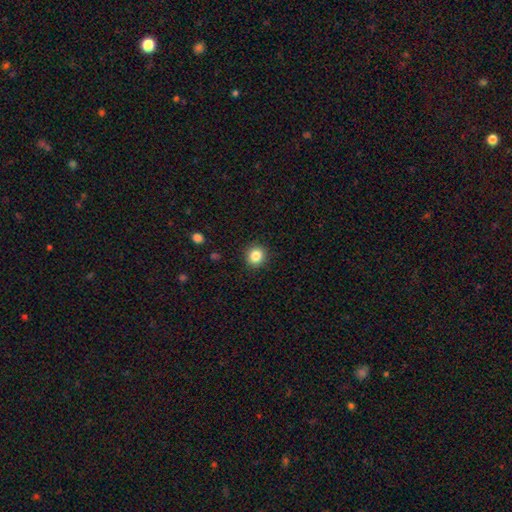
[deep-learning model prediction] This is clearly a smooth galaxy (85%). How rounded: clearly round (87%). Merging: clearly none (91%).